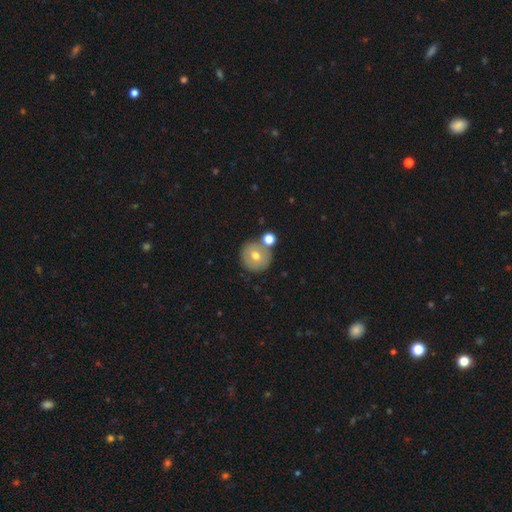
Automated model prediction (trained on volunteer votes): Smooth or featured?
  - smooth: 64% *
  - featured or disk: 26%
  - star or artifact: 9%
How rounded?
  - round: 92% *
  - in between: 7%
  - cigar-shaped: 1%
Merging?
  - none: 68% *
  - merger: 18%
  - minor disturbance: 10%
  - major disturbance: 3%